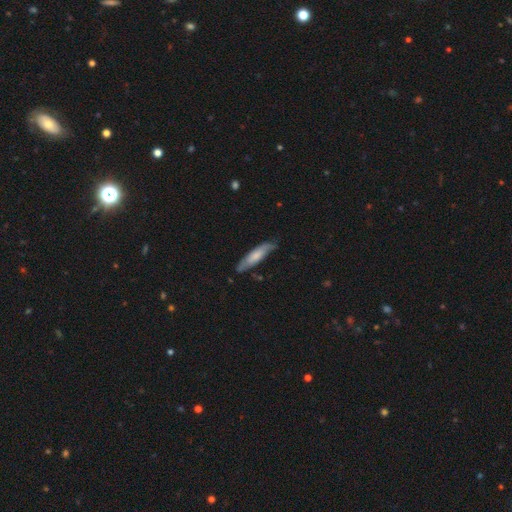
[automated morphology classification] smooth 63%, featured or disk 31%, star or artifact 5%. Down the decision tree: how rounded — cigar-shaped (73%); merging — none (71%).